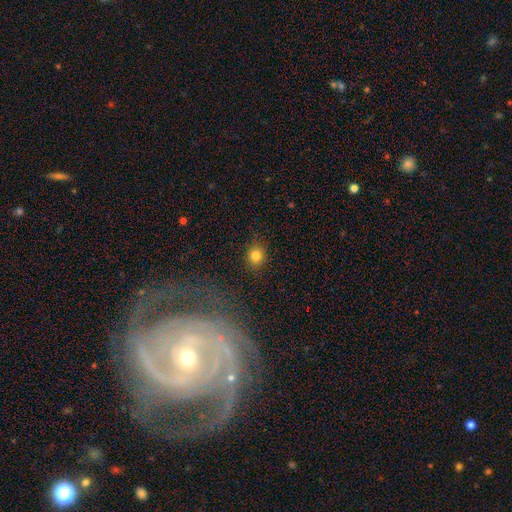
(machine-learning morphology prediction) type=smooth (81%); roundness=round (78%); merging=none (86%).